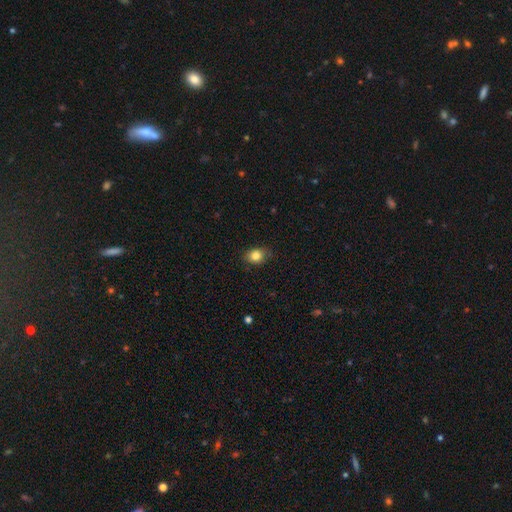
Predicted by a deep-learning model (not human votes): Smooth or featured?
  - smooth: 83% *
  - star or artifact: 9%
  - featured or disk: 7%
How rounded?
  - in between: 58% *
  - round: 41%
  - cigar-shaped: 1%
Merging?
  - none: 82% *
  - minor disturbance: 15%
  - major disturbance: 3%
  - merger: 1%